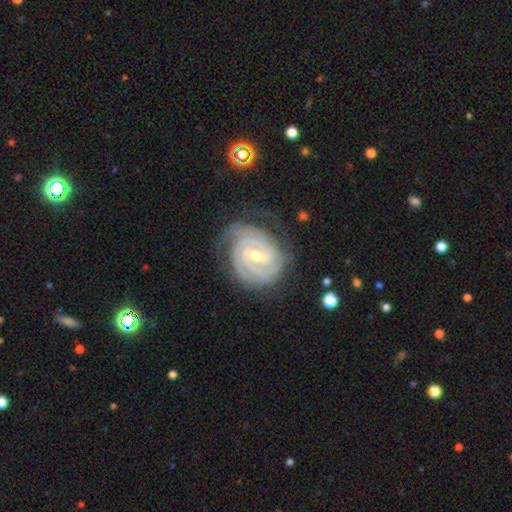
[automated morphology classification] smooth_or_featured: featured or disk (p=0.90) [alt: smooth p=0.05]
disk_edge_on: no (p=0.98) [alt: yes p=0.02]
bar: weak (p=0.50) [alt: no p=0.27]
has_spiral_arms: yes (p=0.98) [alt: no p=0.02]
spiral_winding: tight (p=0.83) [alt: medium p=0.15]
spiral_arm_count: 3 (p=0.33) [alt: 2 p=0.25]
bulge_size: moderate (p=0.52) [alt: small p=0.45]
merging: none (p=0.71) [alt: minor disturbance p=0.20]